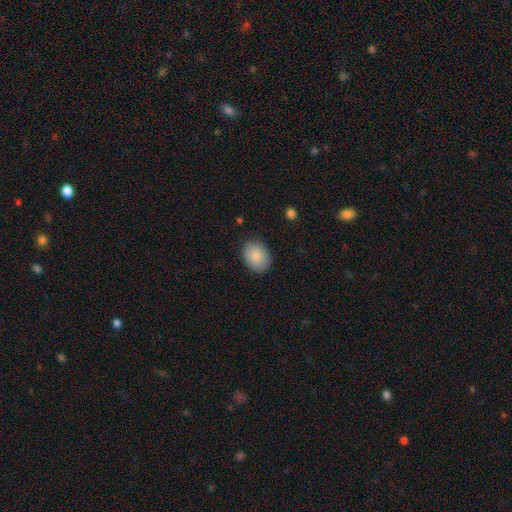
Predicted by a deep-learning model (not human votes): Smooth or featured? Predicted: smooth (p=0.87). How rounded? Predicted: in between (p=0.63). Merging? Predicted: none (p=0.84).